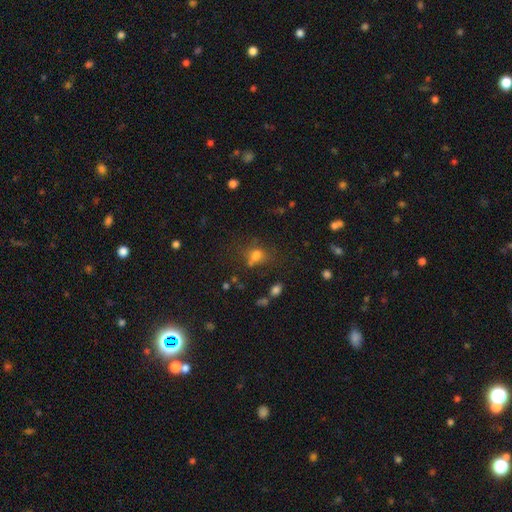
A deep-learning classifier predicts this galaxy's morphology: Smooth or featured? smooth (68%)
How rounded? in between (61%)
Merging? none (48%)